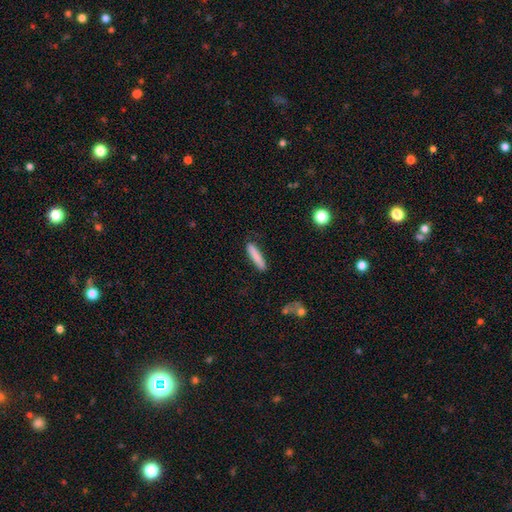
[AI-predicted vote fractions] Smooth or featured? Predicted: smooth (p=0.83). How rounded? Predicted: cigar-shaped (p=0.89). Merging? Predicted: none (p=0.84).